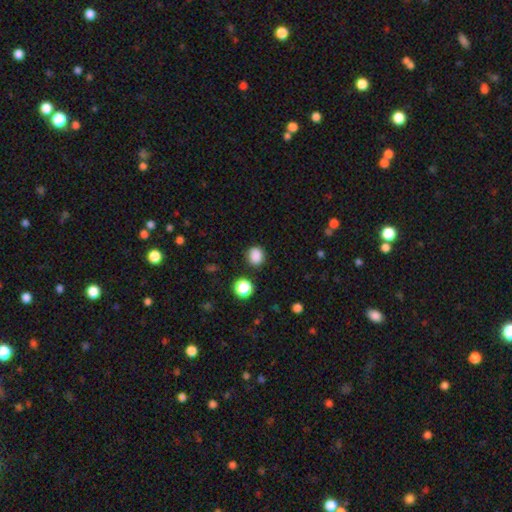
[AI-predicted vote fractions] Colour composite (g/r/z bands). It shows a smooth galaxy with no disk features (85%) that is round (75%). Merging: none (85%).